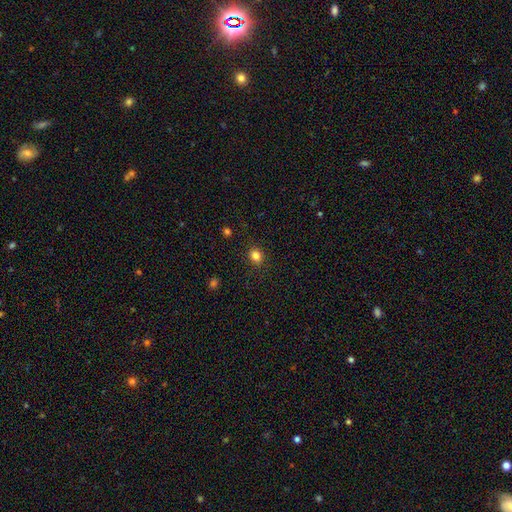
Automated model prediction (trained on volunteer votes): A smooth galaxy with no disk features (83%) that is round (71%). Merging: none (89%).